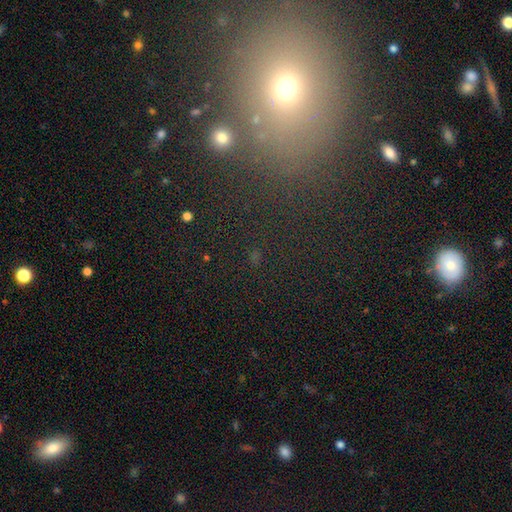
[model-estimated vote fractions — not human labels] star or artifact 57%, smooth 29%, featured or disk 14%.